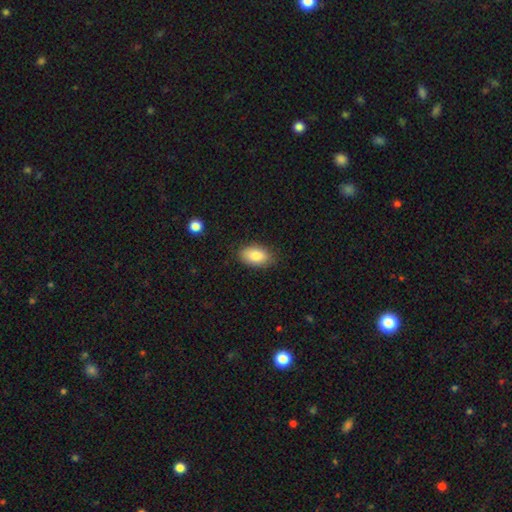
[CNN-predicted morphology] This appears to be a smooth galaxy with no disk features (84%) that is in between round and cigar-shaped (92%). Merging: none (83%).